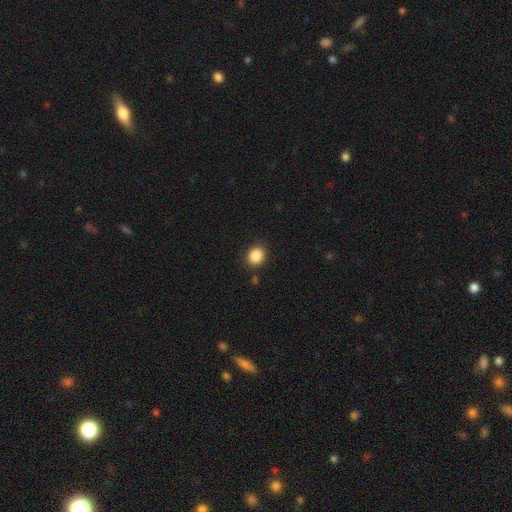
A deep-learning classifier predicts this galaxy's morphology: Overall: smooth (87%). How rounded: round (69%; in between 30%). Merging: none (87%).